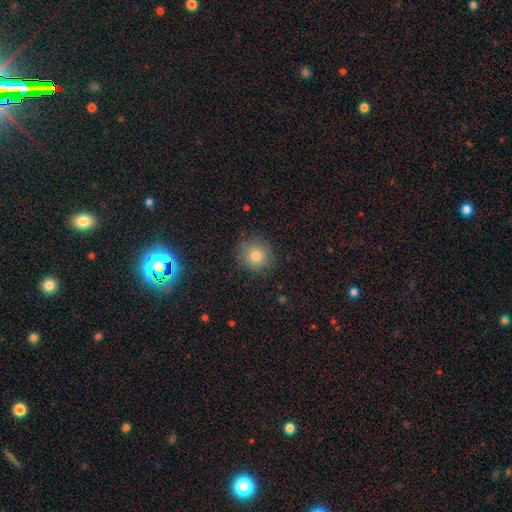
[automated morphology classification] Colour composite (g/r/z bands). It shows a smooth galaxy with no disk features (79%) that is round (91%). Merging: none (86%).